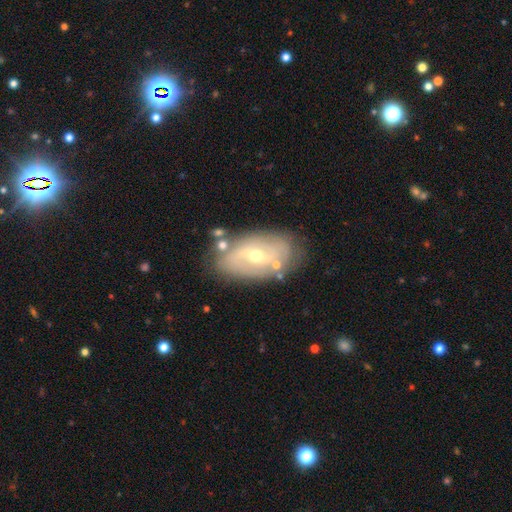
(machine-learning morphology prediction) Smooth or featured? Predicted: featured or disk (p=0.73). Edge-on disk? Predicted: no (p=0.92). Bar? Predicted: weak (p=0.44). Spiral arms? Predicted: yes (p=0.73). Bulge size? Predicted: small (p=0.50). Merging? Predicted: none (p=0.76).